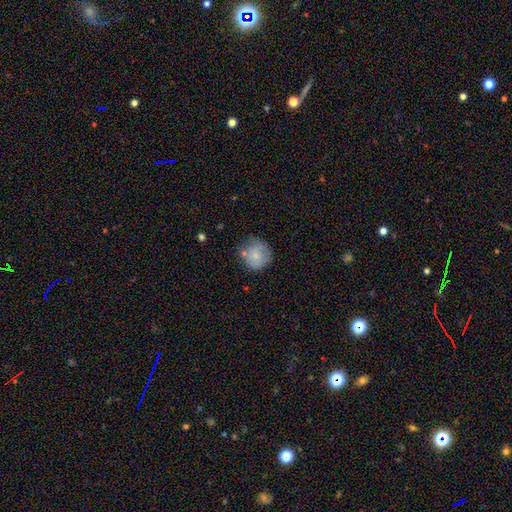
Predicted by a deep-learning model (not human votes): The model was most divided on "merging": none: 66%, minor disturbance: 21%, merger: 7%, major disturbance: 6%. More confident: how rounded — round (90%); smooth or featured — smooth (76%).